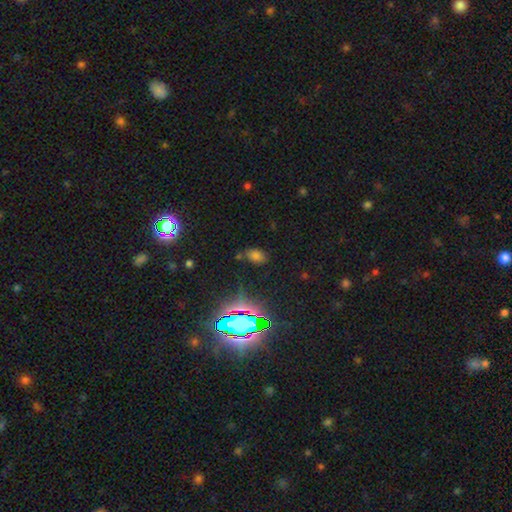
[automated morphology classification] smooth-or-featured: smooth: 60% | star or artifact: 32% | featured or disk: 8%
  how-rounded: in between: 82% | round: 16% | cigar-shaped: 2%
  merging: none: 74% | minor disturbance: 16% | major disturbance: 5% | merger: 5%